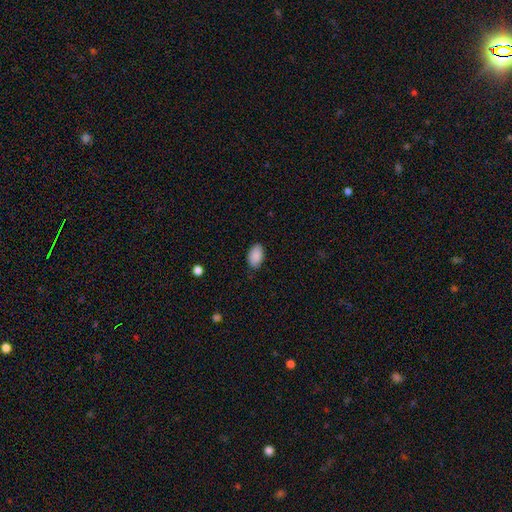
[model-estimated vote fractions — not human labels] A smooth galaxy with no disk features (90%) that is in between round and cigar-shaped (93%).

Vote fractions:
- Smooth or featured? smooth: 90% / star or artifact: 7% / featured or disk: 4%
- How rounded? in between: 93% / round: 6% / cigar-shaped: 1%
- Merging? none: 84% / minor disturbance: 12% / major disturbance: 3% / merger: 1%